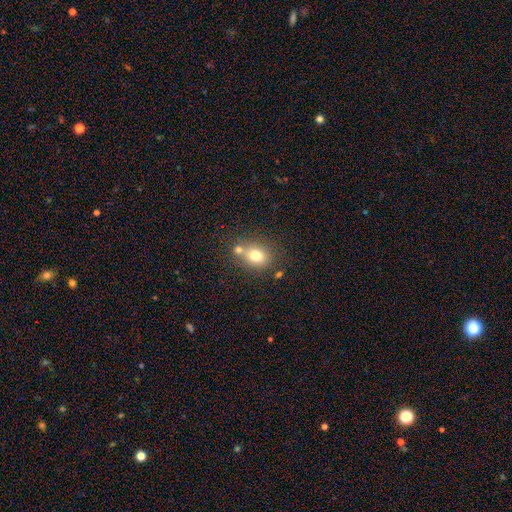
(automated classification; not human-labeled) This appears to be a smooth galaxy with no disk features (75%) that is round (59%). Merging: none (57%).